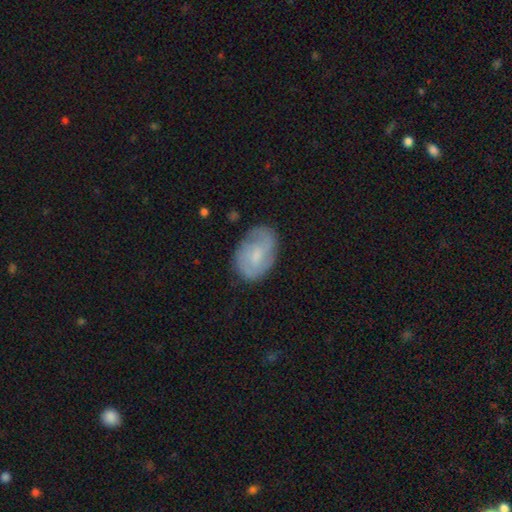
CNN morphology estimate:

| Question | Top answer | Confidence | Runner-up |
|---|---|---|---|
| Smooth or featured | featured or disk | 54% | smooth (39%) |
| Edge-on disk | no | 97% | yes (3%) |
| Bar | no | 53% | weak (41%) |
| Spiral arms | yes | 81% | no (19%) |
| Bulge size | small | 49% | moderate (33%) |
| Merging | none | 72% | minor disturbance (21%) |